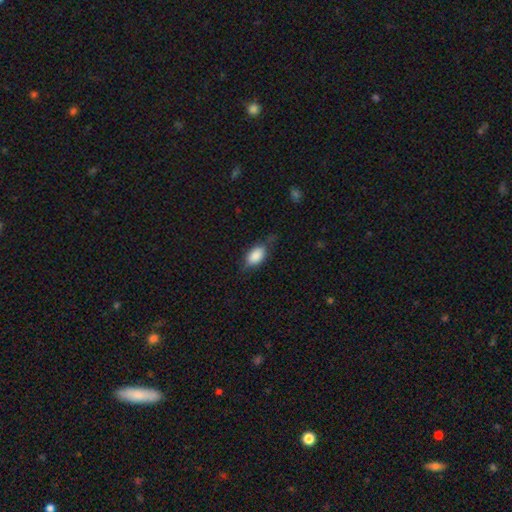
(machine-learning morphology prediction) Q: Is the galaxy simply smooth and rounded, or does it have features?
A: smooth — 82%.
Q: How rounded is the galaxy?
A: in between — 89%.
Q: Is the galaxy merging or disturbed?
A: none — 61%.